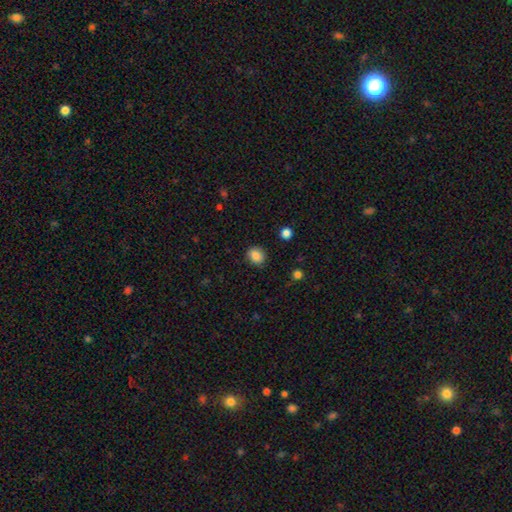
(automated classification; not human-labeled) A smooth galaxy with no disk features (85%) that is round (75%).

Vote fractions:
- Smooth or featured? smooth: 85% / star or artifact: 9% / featured or disk: 5%
- How rounded? round: 75% / in between: 24% / cigar-shaped: 1%
- Merging? none: 86% / minor disturbance: 10% / major disturbance: 3% / merger: 1%